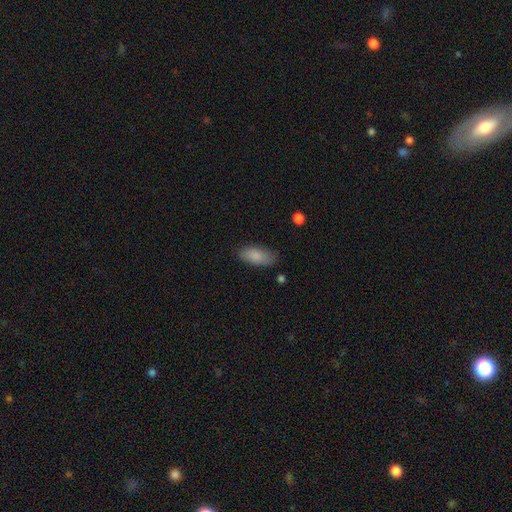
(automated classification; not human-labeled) This is clearly a smooth galaxy (86%). How rounded: clearly in between (87%). Merging: likely none (77%).